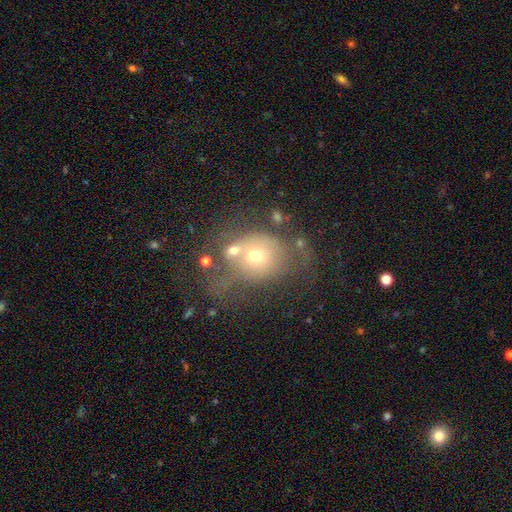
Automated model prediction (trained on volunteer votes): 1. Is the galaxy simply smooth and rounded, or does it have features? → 50% smooth, 34% featured or disk, 16% star or artifact.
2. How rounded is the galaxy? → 64% round, 34% in between, 1% cigar-shaped.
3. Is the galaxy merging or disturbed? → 35% none, 24% major disturbance, 22% merger, 20% minor disturbance.